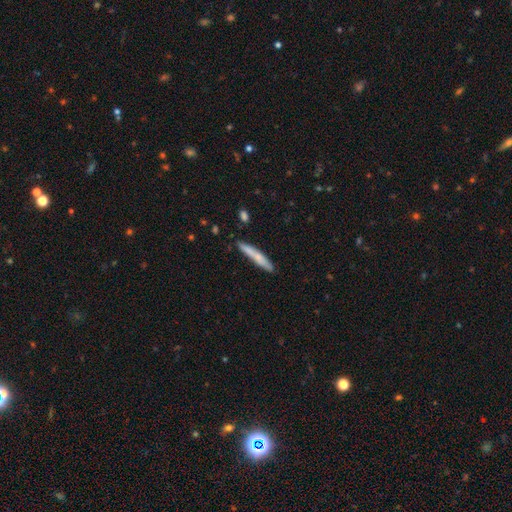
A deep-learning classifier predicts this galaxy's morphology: Q: Smooth or featured?
A: smooth (66%); runner-up: featured or disk (27%)
Q: How rounded?
A: cigar-shaped (94%); runner-up: in between (5%)
Q: Merging?
A: none (83%); runner-up: minor disturbance (13%)